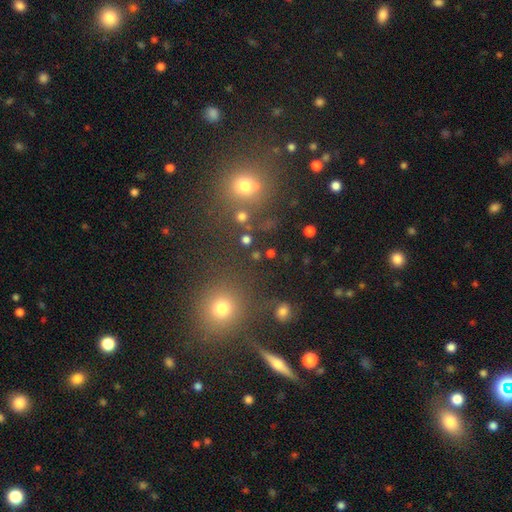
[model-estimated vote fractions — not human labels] Smooth or featured? Predicted: smooth (p=0.54). How rounded? Predicted: round (p=0.81). Merging? Predicted: none (p=0.78).